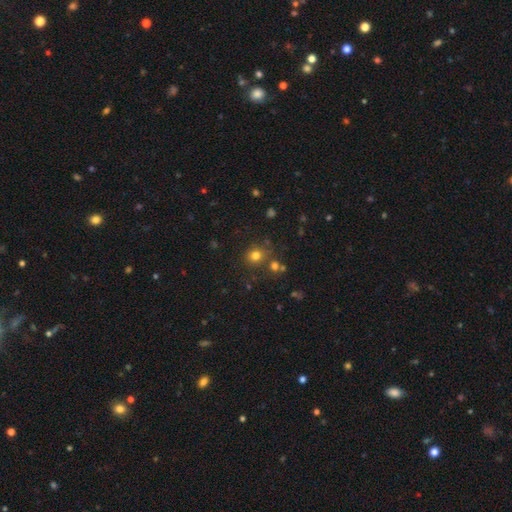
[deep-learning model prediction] Smooth or featured? Predicted: smooth (p=0.75). How rounded? Predicted: round (p=0.85). Merging? Predicted: none (p=0.77).